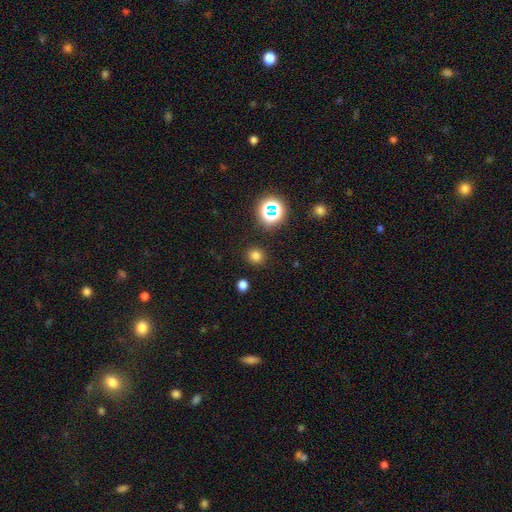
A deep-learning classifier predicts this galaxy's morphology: Q: Smooth or featured?
A: smooth (75%); runner-up: star or artifact (20%)
Q: How rounded?
A: round (87%); runner-up: in between (12%)
Q: Merging?
A: none (89%); runner-up: minor disturbance (6%)